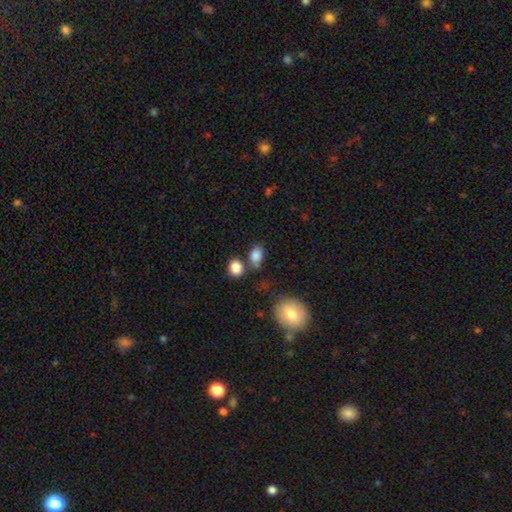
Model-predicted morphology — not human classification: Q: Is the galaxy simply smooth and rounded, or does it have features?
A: smooth — 85%.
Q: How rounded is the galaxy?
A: in between — 75%.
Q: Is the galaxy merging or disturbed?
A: none — 64%.